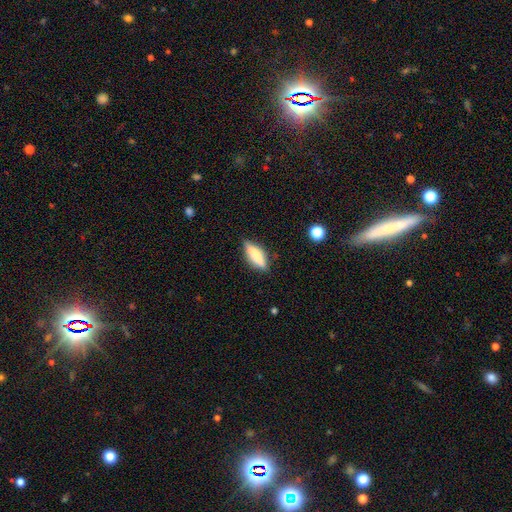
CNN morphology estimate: Smooth or featured: smooth — 61% (featured or disk — 32%)
How rounded: cigar-shaped — 53% (in between — 45%)
Merging: none — 81% (minor disturbance — 15%)